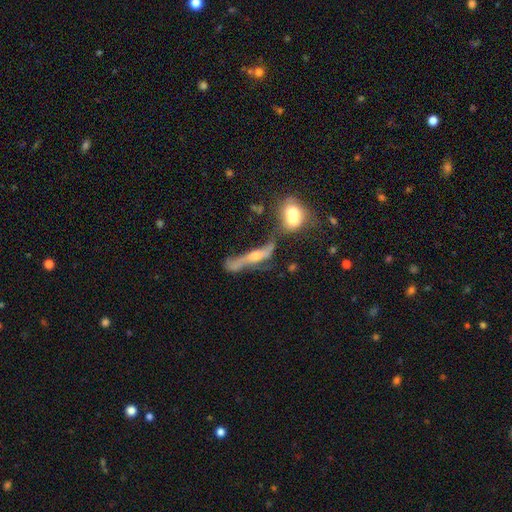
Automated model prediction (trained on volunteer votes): Q: Smooth or featured?
A: featured or disk (72%); runner-up: smooth (17%)
Q: Edge-on disk?
A: yes (62%); runner-up: no (38%)
Q: Merging?
A: none (38%); runner-up: merger (26%)